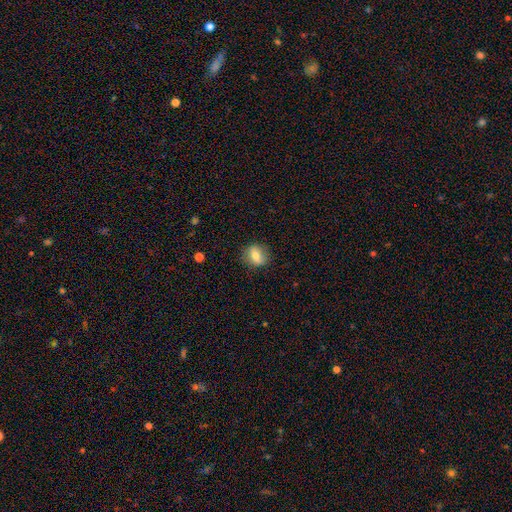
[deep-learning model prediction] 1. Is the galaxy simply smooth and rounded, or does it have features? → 69% smooth, 22% featured or disk, 9% star or artifact.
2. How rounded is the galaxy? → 56% round, 41% in between, 2% cigar-shaped.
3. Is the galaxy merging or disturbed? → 83% none, 13% minor disturbance, 3% major disturbance, 1% merger.